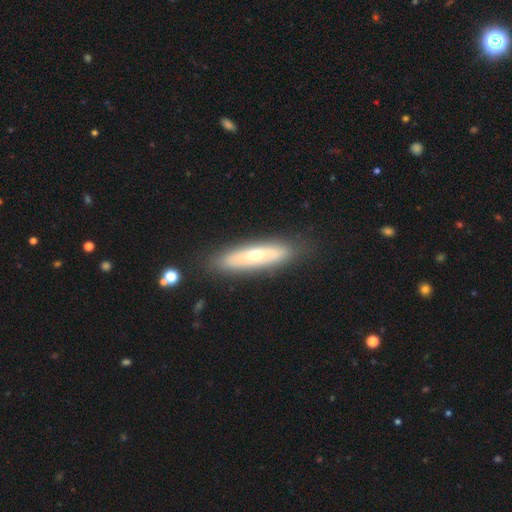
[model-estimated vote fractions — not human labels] This appears to be a featured or disk galaxy (48%). Merging: none (84%).